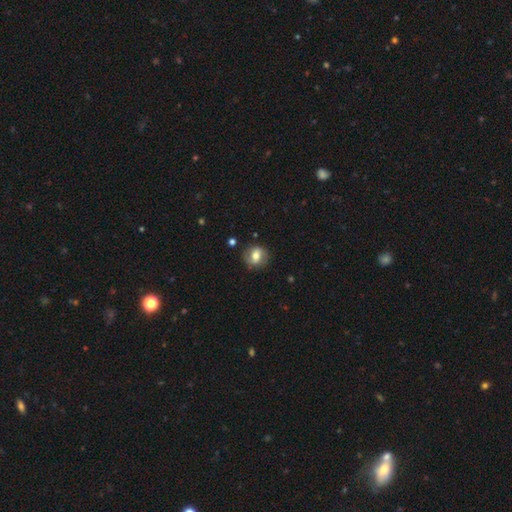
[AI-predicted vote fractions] A smooth galaxy with no disk features (56%) that is round (72%). Merging: none (80%).